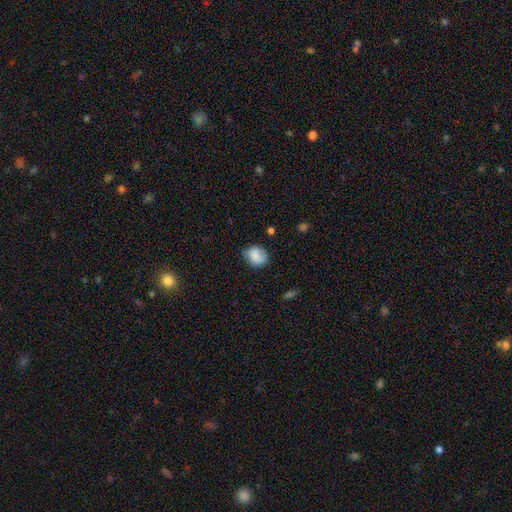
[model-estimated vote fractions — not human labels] smooth-or-featured: smooth: 78% | featured or disk: 13% | star or artifact: 8%
  how-rounded: round: 59% | in between: 40% | cigar-shaped: 1%
  merging: none: 65% | minor disturbance: 26% | major disturbance: 7% | merger: 2%